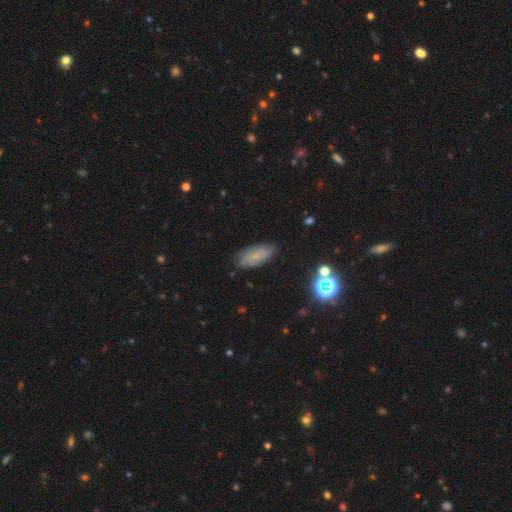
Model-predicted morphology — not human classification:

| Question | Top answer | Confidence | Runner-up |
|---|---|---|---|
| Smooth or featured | smooth | 57% | featured or disk (30%) |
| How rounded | in between | 84% | cigar-shaped (12%) |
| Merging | none | 79% | minor disturbance (15%) |